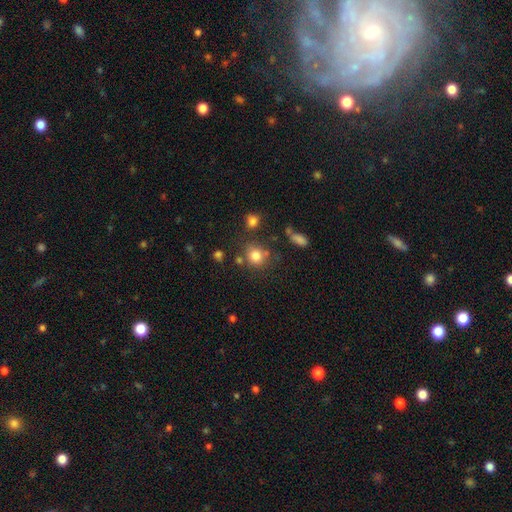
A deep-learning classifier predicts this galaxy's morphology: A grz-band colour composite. It shows a smooth galaxy with no disk features (80%) that is round (80%). Merging: none (69%).